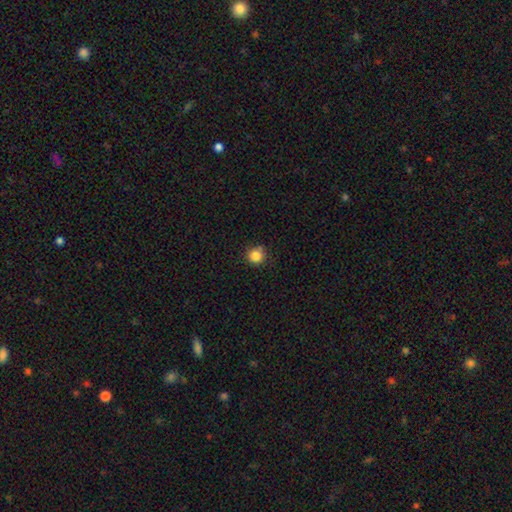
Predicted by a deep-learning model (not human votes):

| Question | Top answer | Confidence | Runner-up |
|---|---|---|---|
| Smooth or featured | smooth | 84% | star or artifact (11%) |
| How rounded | round | 94% | in between (5%) |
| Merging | none | 82% | minor disturbance (12%) |